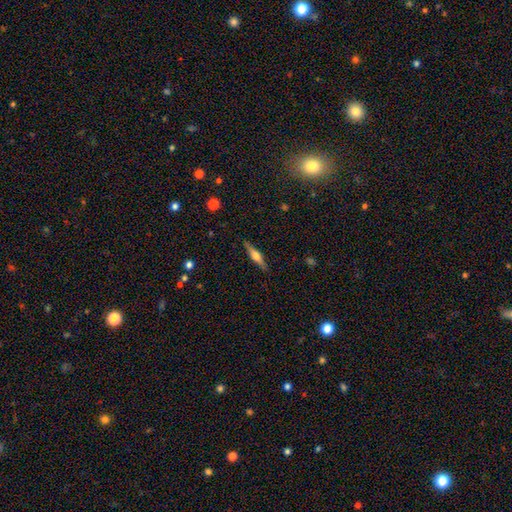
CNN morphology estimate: Smooth or featured? Predicted: featured or disk (p=0.61). Edge-on disk? Predicted: yes (p=0.97). Edge-on bulge? Predicted: rounded (p=0.86). Merging? Predicted: none (p=0.89).